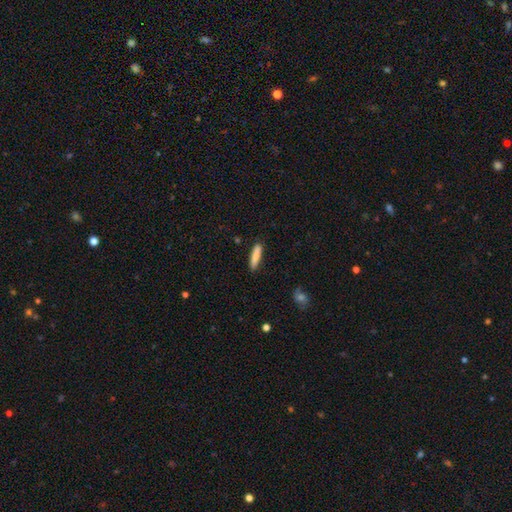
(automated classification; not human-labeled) Morphology: type=smooth (84%); roundness=cigar-shaped (85%); merging=none (87%).